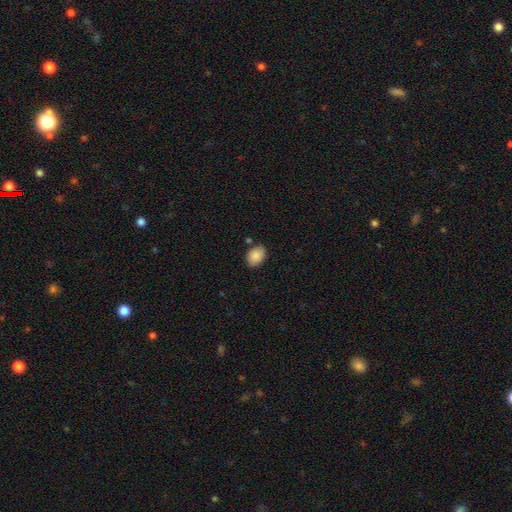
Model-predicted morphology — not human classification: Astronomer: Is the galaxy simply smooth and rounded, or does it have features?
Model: smooth — 89%.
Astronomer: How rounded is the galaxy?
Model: in between — 75%.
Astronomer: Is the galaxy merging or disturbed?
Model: none — 80%.